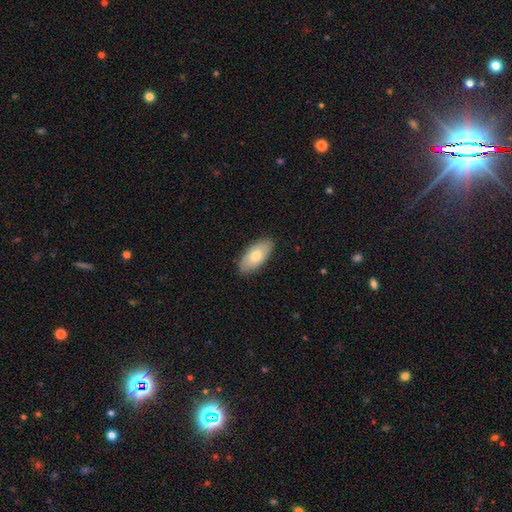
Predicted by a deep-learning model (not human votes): Smooth or featured? Predicted: smooth (p=0.73). How rounded? Predicted: in between (p=0.93). Merging? Predicted: none (p=0.88).